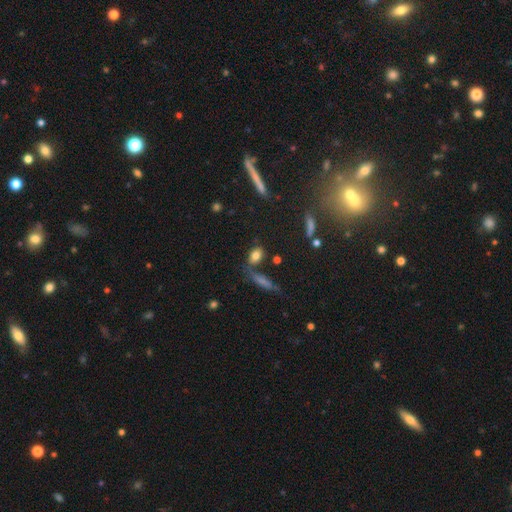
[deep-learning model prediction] The model was most divided on "merging": none: 63%, minor disturbance: 16%, merger: 15%, major disturbance: 6%. More confident: how rounded — in between (81%); smooth or featured — smooth (79%).